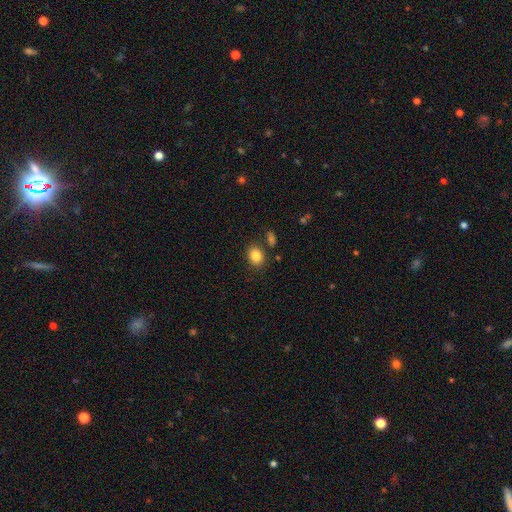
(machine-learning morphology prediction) This appears to be a smooth galaxy with no disk features (85%) that is in between round and cigar-shaped (52%). Merging: none (79%).